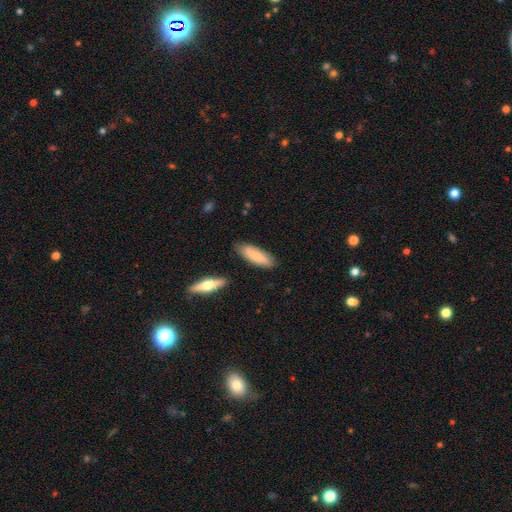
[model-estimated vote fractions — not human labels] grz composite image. It shows a smooth galaxy with no disk features (73%) that is in between round and cigar-shaped (51%). Merging: none (81%).